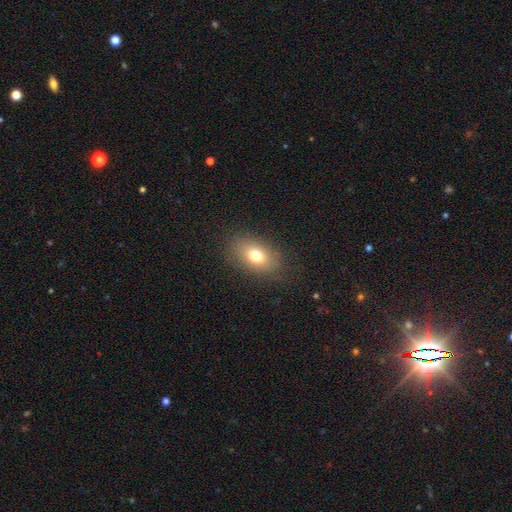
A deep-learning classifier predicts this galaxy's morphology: A smooth galaxy with no disk features (73%) that is in between round and cigar-shaped (82%).

Vote fractions:
- Smooth or featured? smooth: 73% / featured or disk: 15% / star or artifact: 11%
- How rounded? in between: 82% / round: 16% / cigar-shaped: 2%
- Merging? none: 82% / minor disturbance: 12% / major disturbance: 5% / merger: 1%